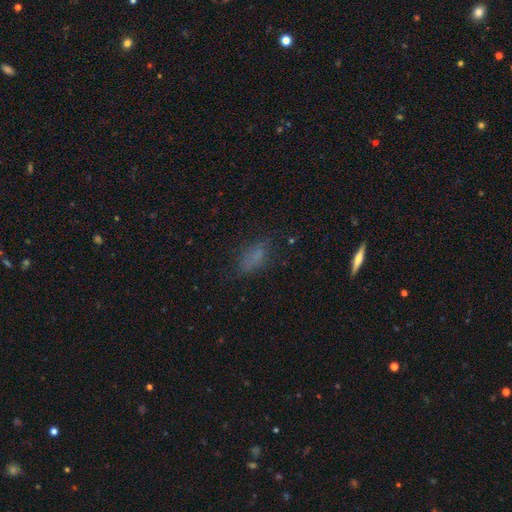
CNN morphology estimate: A smooth galaxy with no disk features (68%) that is in between round and cigar-shaped (79%).

Vote fractions:
- Smooth or featured? smooth: 68% / star or artifact: 17% / featured or disk: 15%
- How rounded? in between: 79% / cigar-shaped: 14% / round: 6%
- Merging? none: 64% / minor disturbance: 22% / major disturbance: 12% / merger: 2%